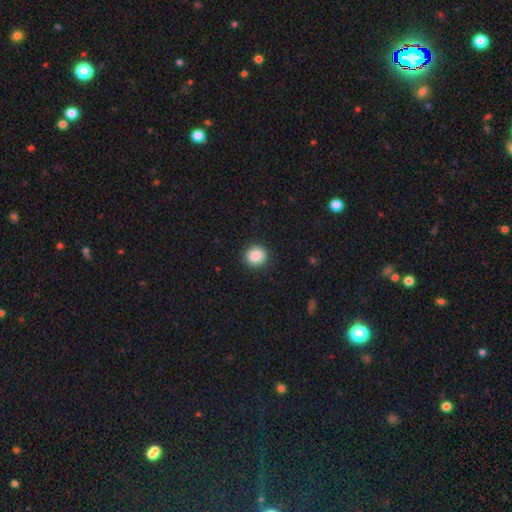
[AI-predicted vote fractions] The model was most divided on "smooth or featured": smooth: 88%, star or artifact: 9%, featured or disk: 3%. More confident: merging — none (91%); how rounded — round (90%).